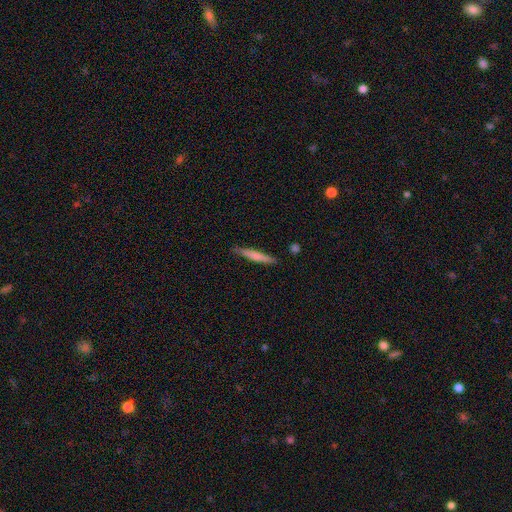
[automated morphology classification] A smooth galaxy with no disk features (66%) that is cigar-shaped (94%).

Vote fractions:
- Smooth or featured? smooth: 66% / featured or disk: 28% / star or artifact: 6%
- How rounded? cigar-shaped: 94% / in between: 5% / round: 1%
- Merging? none: 85% / minor disturbance: 11% / major disturbance: 2% / merger: 2%